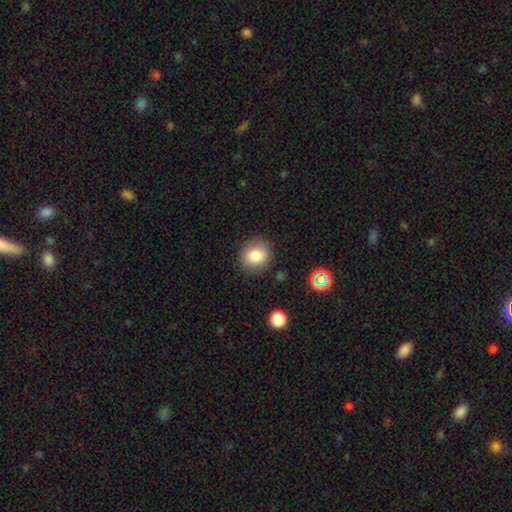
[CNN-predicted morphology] Smooth or featured?
  - smooth: 82% *
  - star or artifact: 11%
  - featured or disk: 8%
How rounded?
  - round: 77% *
  - in between: 22%
  - cigar-shaped: 1%
Merging?
  - none: 85% *
  - minor disturbance: 10%
  - major disturbance: 3%
  - merger: 2%